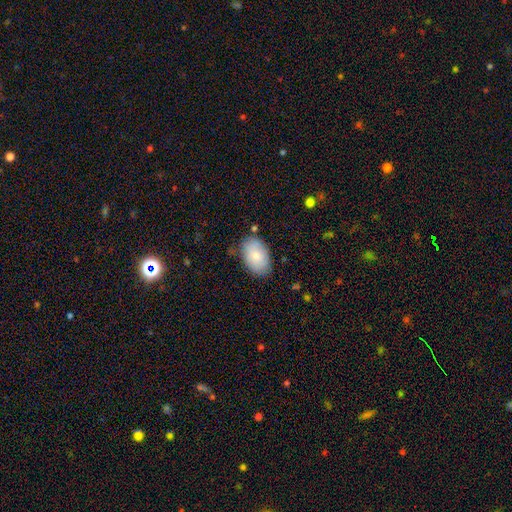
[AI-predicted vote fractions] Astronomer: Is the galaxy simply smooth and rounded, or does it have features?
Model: smooth — 81%.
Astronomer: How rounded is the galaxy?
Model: in between — 91%.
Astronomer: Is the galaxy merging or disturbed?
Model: none — 75%.